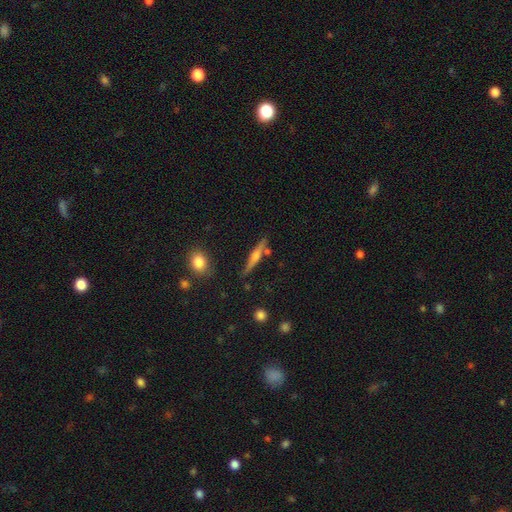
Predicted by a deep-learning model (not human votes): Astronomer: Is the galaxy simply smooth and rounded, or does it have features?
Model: featured or disk — 61%.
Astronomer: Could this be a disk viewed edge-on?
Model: yes — 97%.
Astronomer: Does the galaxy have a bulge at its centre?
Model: rounded — 77%.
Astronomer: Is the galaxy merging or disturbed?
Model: none — 81%.